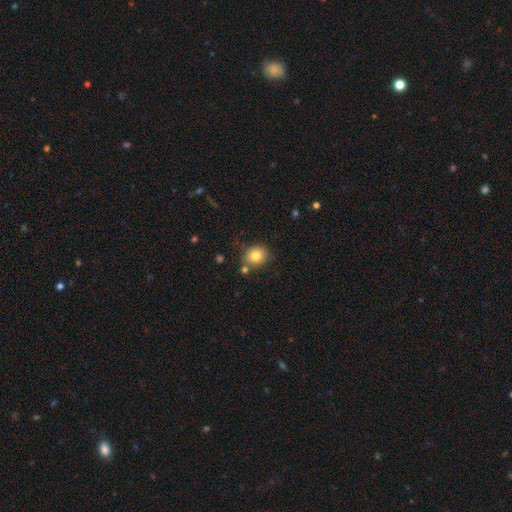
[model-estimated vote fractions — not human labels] smooth 81%, star or artifact 10%, featured or disk 9%. Down the decision tree: how rounded — round (63%); merging — none (75%).